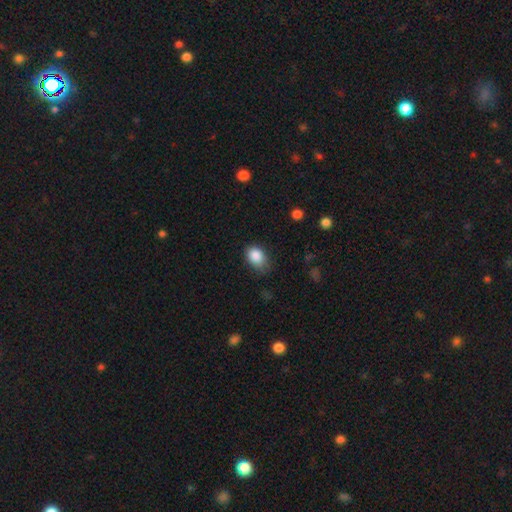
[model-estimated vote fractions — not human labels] Smooth or featured?
  - smooth: 86% *
  - star or artifact: 9%
  - featured or disk: 5%
How rounded?
  - in between: 74% *
  - round: 25%
  - cigar-shaped: 1%
Merging?
  - none: 63% *
  - minor disturbance: 29%
  - major disturbance: 6%
  - merger: 1%